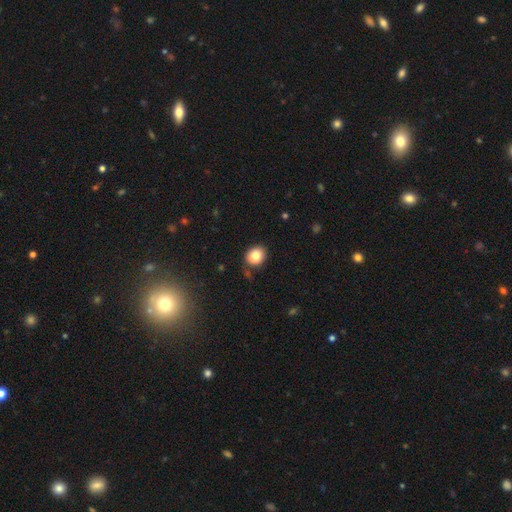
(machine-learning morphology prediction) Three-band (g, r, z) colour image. It shows a smooth galaxy with no disk features (81%) that is round (67%). Merging: none (83%).